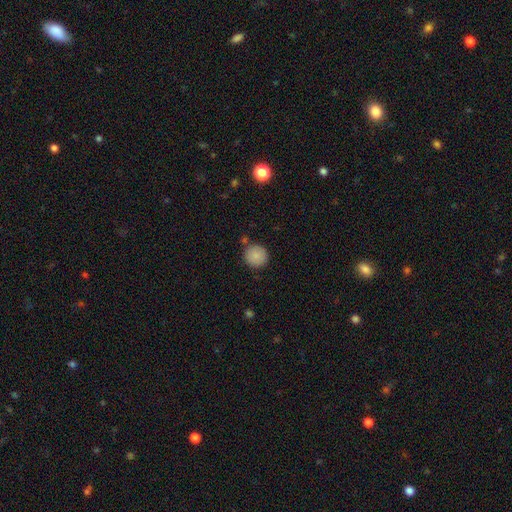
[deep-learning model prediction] Smooth or featured? smooth (87%)
How rounded? round (94%)
Merging? none (84%)